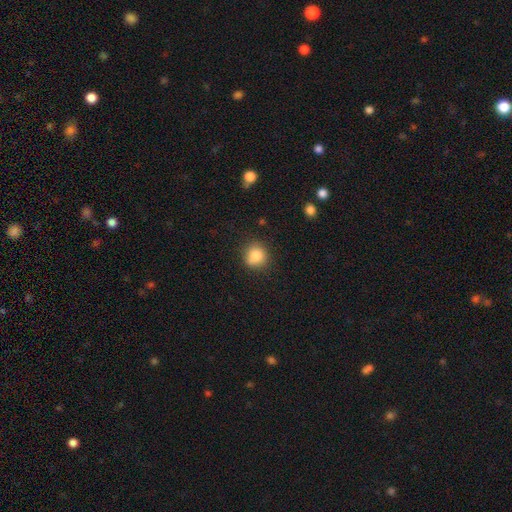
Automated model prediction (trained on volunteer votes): Smooth or featured: smooth — 83% (star or artifact — 10%)
How rounded: round — 87% (in between — 12%)
Merging: none — 77% (minor disturbance — 15%)